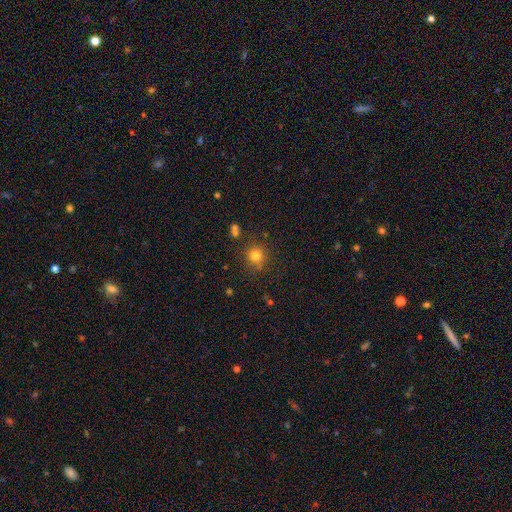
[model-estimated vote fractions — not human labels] A smooth galaxy with no disk features (78%) that is round (90%).

Vote fractions:
- Smooth or featured? smooth: 78% / star or artifact: 15% / featured or disk: 7%
- How rounded? round: 90% / in between: 9% / cigar-shaped: 1%
- Merging? none: 78% / minor disturbance: 11% / merger: 6% / major disturbance: 4%